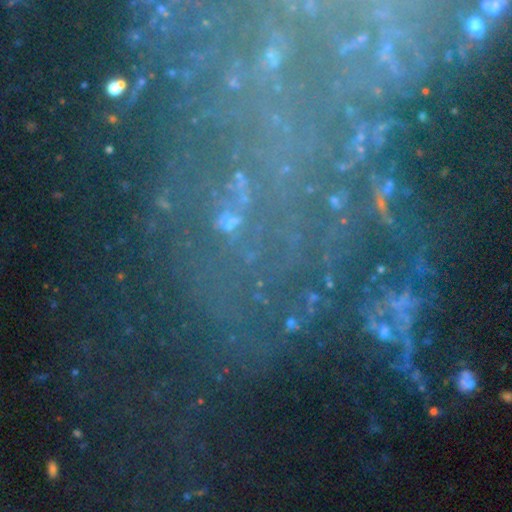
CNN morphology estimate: The model was most divided on "smooth or featured": star or artifact: 45%, featured or disk: 40%, smooth: 15%.